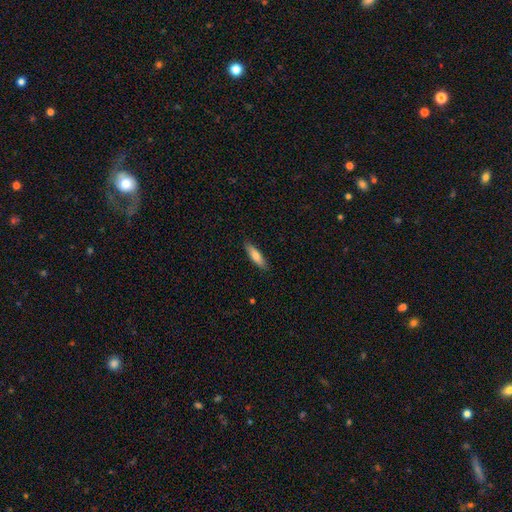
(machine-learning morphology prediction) type=smooth (72%); roundness=cigar-shaped (66%); merging=none (88%).